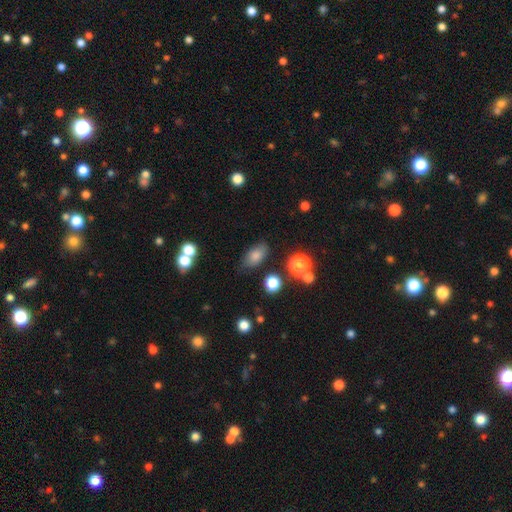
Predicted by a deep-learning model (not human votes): smooth-or-featured: smooth: 79% | featured or disk: 11% | star or artifact: 11%
  how-rounded: in between: 86% | round: 9% | cigar-shaped: 4%
  merging: none: 76% | minor disturbance: 15% | major disturbance: 5% | merger: 4%